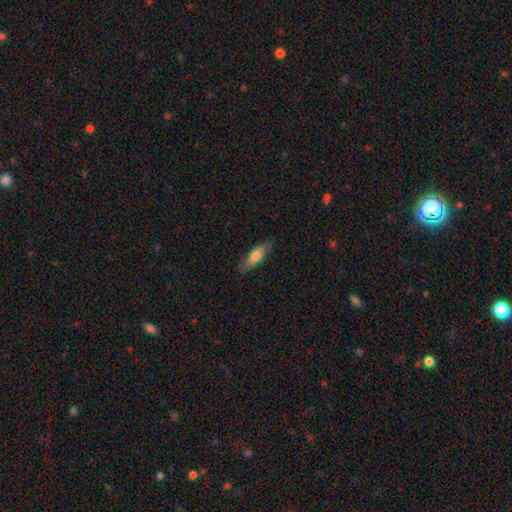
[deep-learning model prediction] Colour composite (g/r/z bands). It shows a smooth galaxy with no disk features (67%) that is in between round and cigar-shaped (56%). Merging: none (76%).